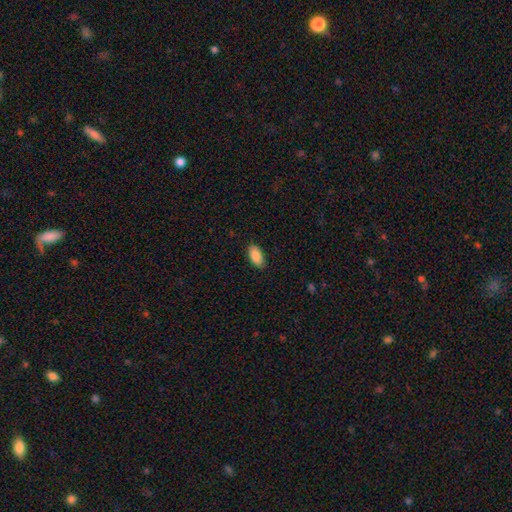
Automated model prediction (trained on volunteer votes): smooth_or_featured: smooth (p=0.88) [alt: star or artifact p=0.07]
how_rounded: in between (p=0.94) [alt: cigar-shaped p=0.04]
merging: none (p=0.87) [alt: minor disturbance p=0.10]